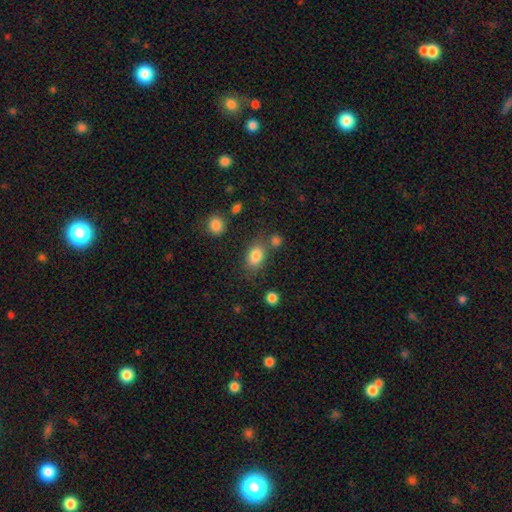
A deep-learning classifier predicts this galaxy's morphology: Overall: smooth (83%). How rounded: in between (80%). Merging: none (66%).